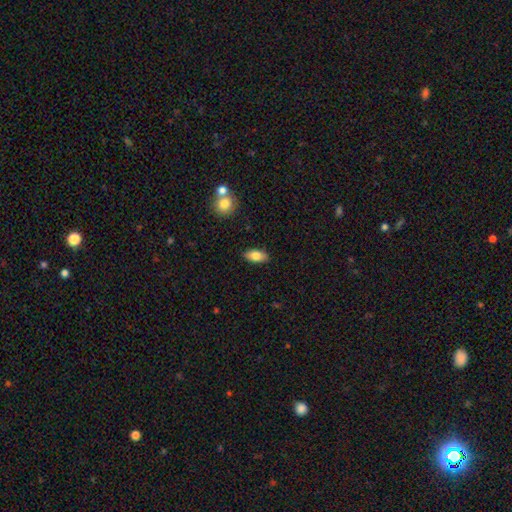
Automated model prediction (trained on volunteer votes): Overall: smooth (80%). How rounded: in between (89%). Merging: none (87%).